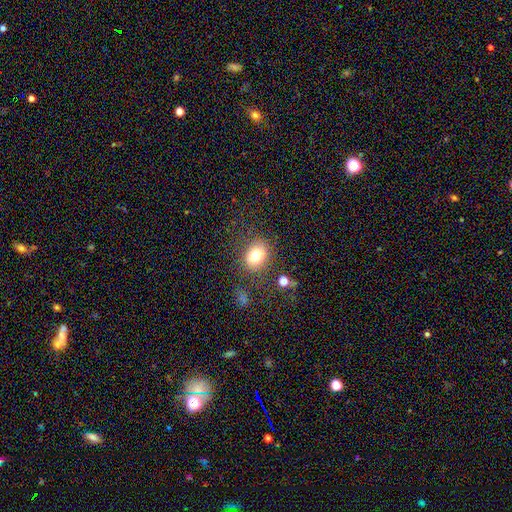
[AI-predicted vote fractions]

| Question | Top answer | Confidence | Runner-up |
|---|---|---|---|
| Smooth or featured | smooth | 78% | featured or disk (11%) |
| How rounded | in between | 54% | round (45%) |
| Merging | none | 75% | minor disturbance (14%) |